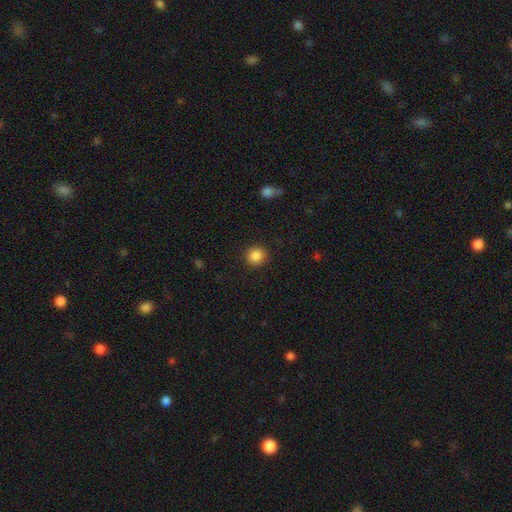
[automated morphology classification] Overall: smooth (87%). How rounded: round (92%). Merging: none (91%).